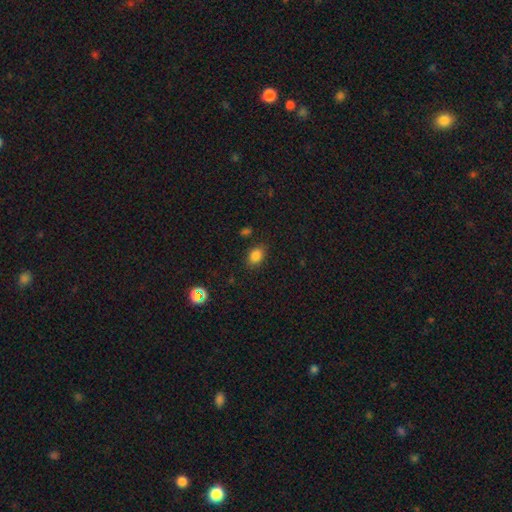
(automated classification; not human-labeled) Smooth or featured? smooth (83%)
How rounded? in between (70%)
Merging? none (83%)